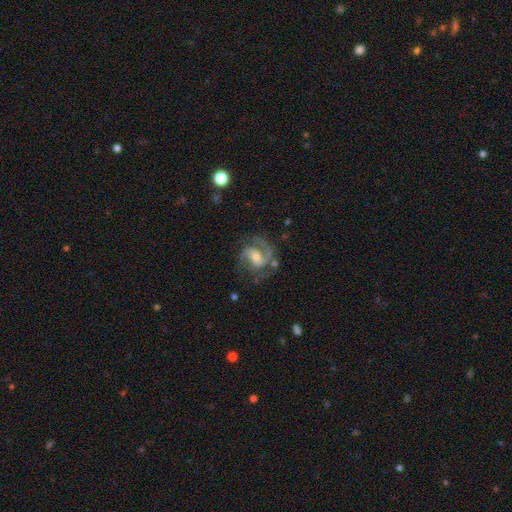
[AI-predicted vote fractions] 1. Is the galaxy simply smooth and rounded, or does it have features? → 88% featured or disk, 6% smooth, 6% star or artifact.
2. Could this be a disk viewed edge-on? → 98% no, 2% yes.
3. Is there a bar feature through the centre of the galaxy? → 47% weak, 36% no, 18% strong.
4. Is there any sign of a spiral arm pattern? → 97% yes, 3% no.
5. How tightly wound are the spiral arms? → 57% medium, 27% tight, 16% loose.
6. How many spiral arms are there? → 76% 2, 10% 3, 5% can't tell, 5% 1, 2% 4, 2% more than 4.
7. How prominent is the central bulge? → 49% moderate, 43% small, 4% large, 3% none, 1% dominant.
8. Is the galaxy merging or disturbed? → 68% none, 17% minor disturbance, 11% major disturbance, 3% merger.